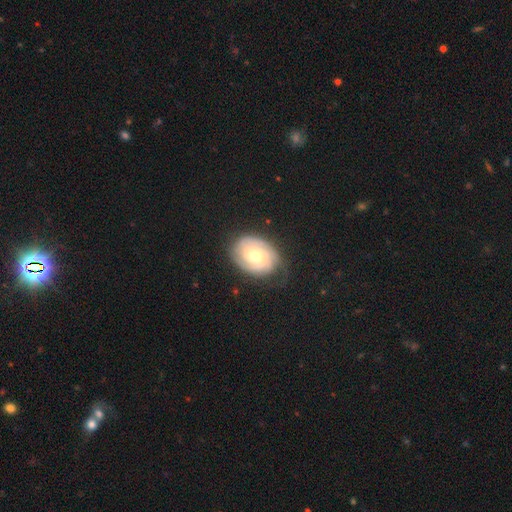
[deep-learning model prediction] featured or disk 76%, smooth 19%, star or artifact 5%. Down the decision tree: edge-on disk — no (97%); bar — no (75%); spiral arms — yes (92%); spiral arm count — 2 (37%); spiral winding — tight (70%); bulge size — moderate (63%); merging — none (70%).